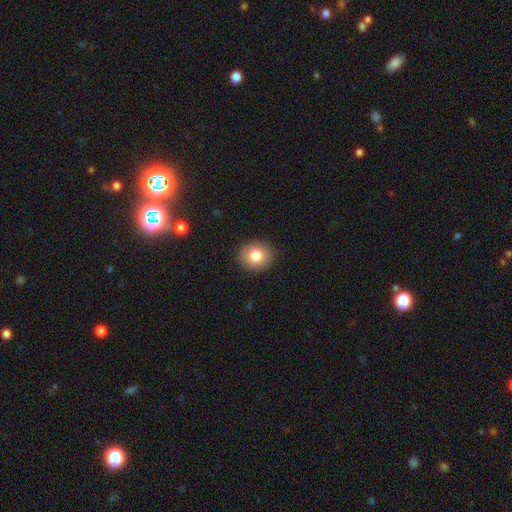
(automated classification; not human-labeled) Smooth or featured? smooth (81%)
How rounded? round (71%)
Merging? none (90%)